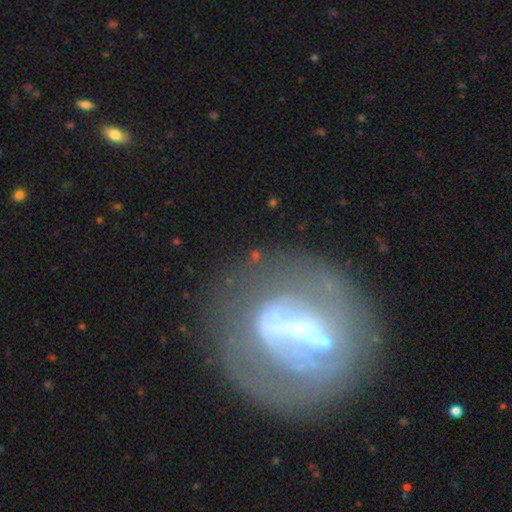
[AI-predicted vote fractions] smooth-or-featured: featured or disk: 69% | smooth: 20% | star or artifact: 11%
  disk-edge-on: no: 92% | yes: 8%
    bar: strong: 53% | weak: 26% | no: 21%
    has-spiral-arms: no: 59% | yes: 41%
    bulge-size: small: 44% | none: 25% | moderate: 21% | large: 7% | dominant: 3%
  merging: none: 61% | major disturbance: 17% | minor disturbance: 16% | merger: 5%